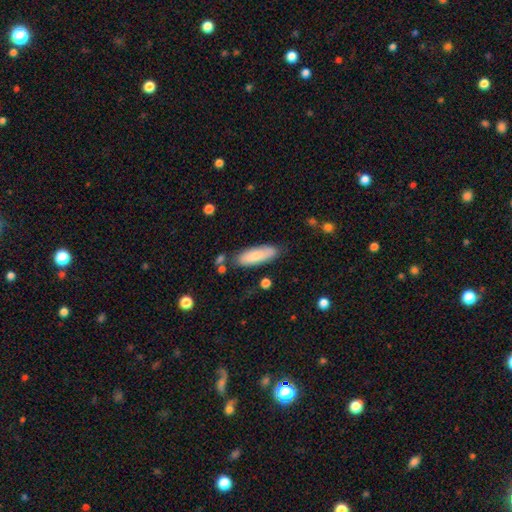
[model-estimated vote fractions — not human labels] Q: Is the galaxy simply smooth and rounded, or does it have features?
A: smooth — 80%.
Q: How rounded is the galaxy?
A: in between — 58%.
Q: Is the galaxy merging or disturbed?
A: none — 78%.